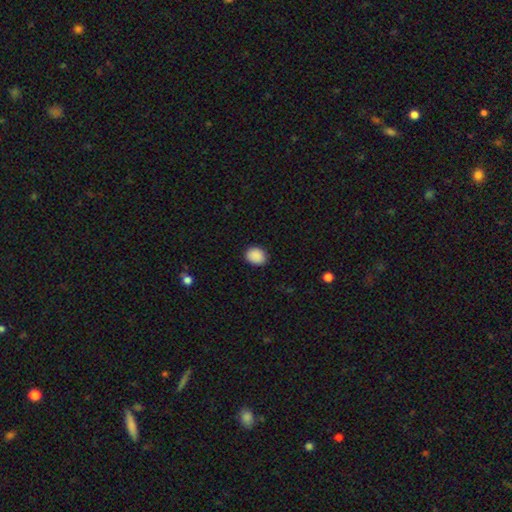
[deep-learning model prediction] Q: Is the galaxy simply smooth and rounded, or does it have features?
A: smooth — 89%.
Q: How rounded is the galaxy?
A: in between — 51%.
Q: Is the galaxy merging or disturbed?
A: none — 88%.